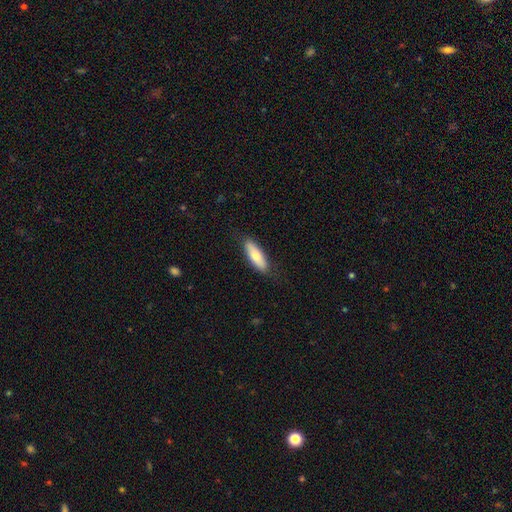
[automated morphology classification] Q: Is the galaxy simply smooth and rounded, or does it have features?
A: smooth — 72%.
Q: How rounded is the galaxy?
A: in between — 54%.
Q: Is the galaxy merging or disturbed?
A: none — 84%.